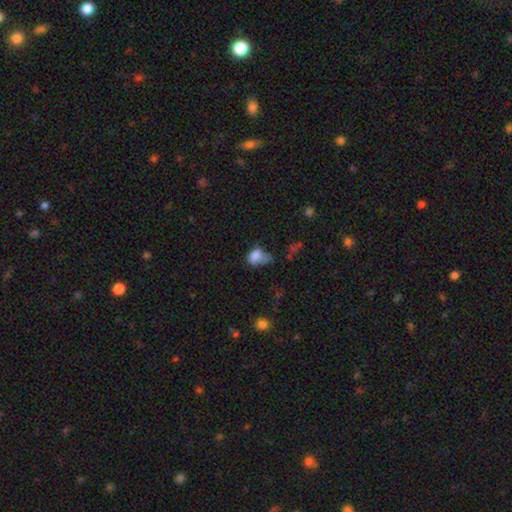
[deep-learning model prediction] Morphology: type=smooth (76%); roundness=in between (80%); merging=major disturbance (32%).